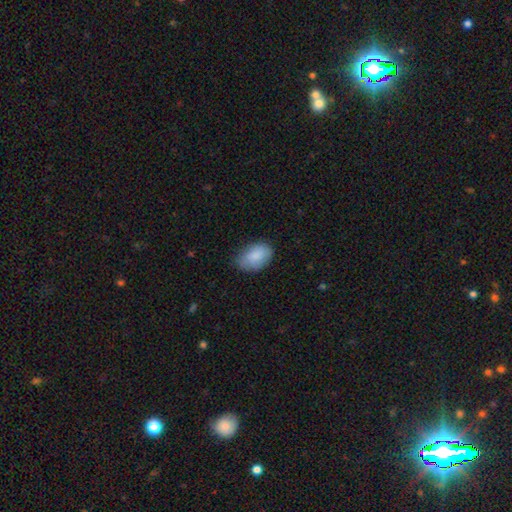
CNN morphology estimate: The model was most divided on "merging": none: 70%, minor disturbance: 25%, major disturbance: 4%, merger: 1%. More confident: how rounded — in between (90%); smooth or featured — smooth (87%).